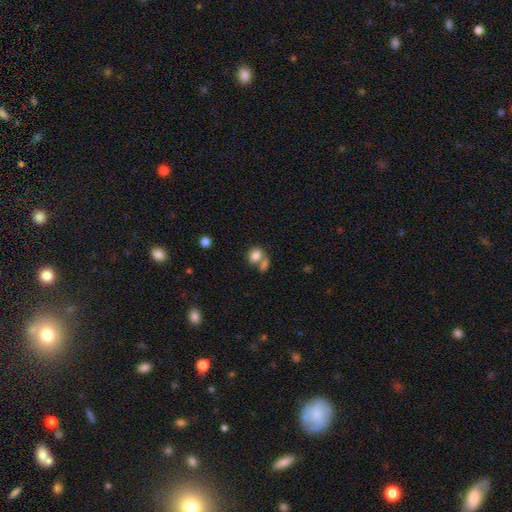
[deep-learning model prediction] Overall: smooth (81%). How rounded: in between (66%; round 33%). Merging: merger (52%; none 32%).